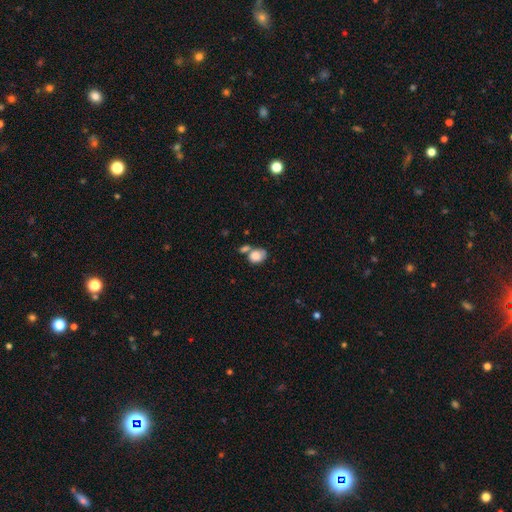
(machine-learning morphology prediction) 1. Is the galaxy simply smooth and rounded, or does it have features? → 82% smooth, 9% featured or disk, 8% star or artifact.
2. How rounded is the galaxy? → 63% in between, 36% round, 1% cigar-shaped.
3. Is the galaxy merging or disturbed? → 40% merger, 36% none, 16% minor disturbance, 8% major disturbance.